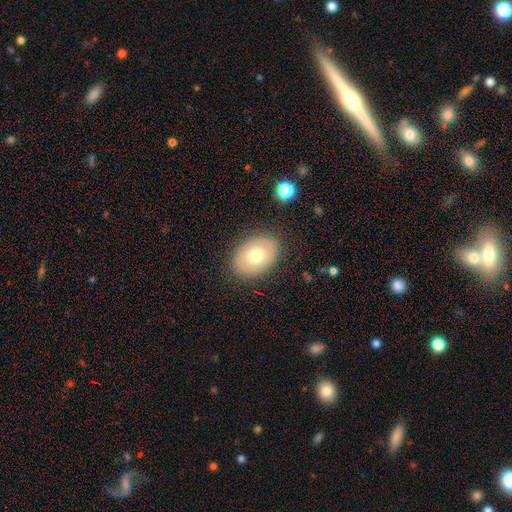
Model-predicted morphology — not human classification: Smooth or featured? Predicted: smooth (p=0.69). How rounded? Predicted: in between (p=0.78). Merging? Predicted: none (p=0.85).